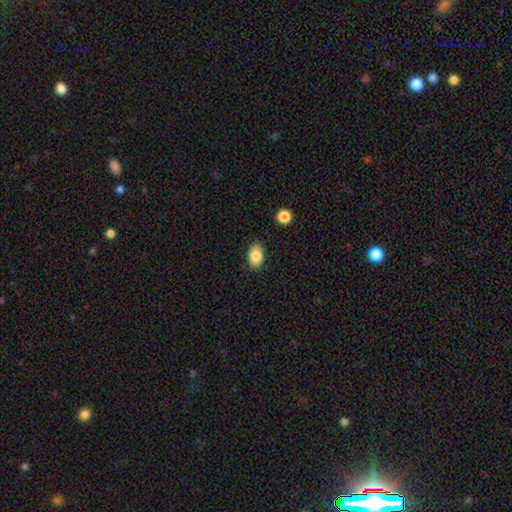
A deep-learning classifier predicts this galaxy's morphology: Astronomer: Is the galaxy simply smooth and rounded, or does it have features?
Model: smooth — 86%.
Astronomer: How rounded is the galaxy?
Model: in between — 85%.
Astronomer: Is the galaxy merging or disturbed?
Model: none — 86%.